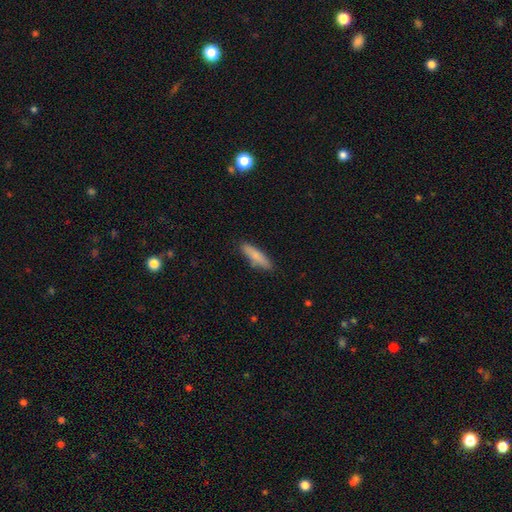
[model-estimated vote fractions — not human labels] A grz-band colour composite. It shows a smooth galaxy with no disk features (80%) that is cigar-shaped (76%). Merging: none (84%).